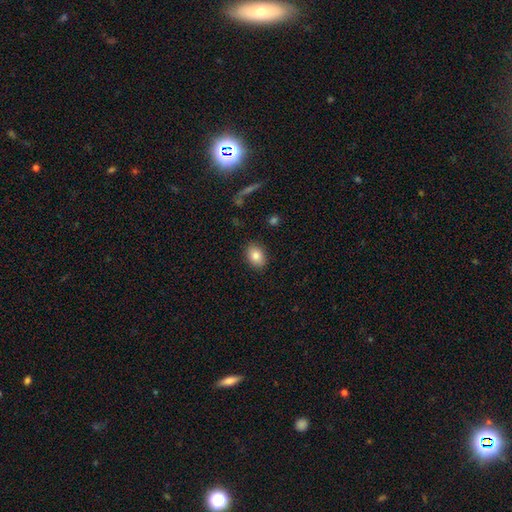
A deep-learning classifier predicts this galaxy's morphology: Overall: smooth (83%). How rounded: in between (76%). Merging: none (88%).